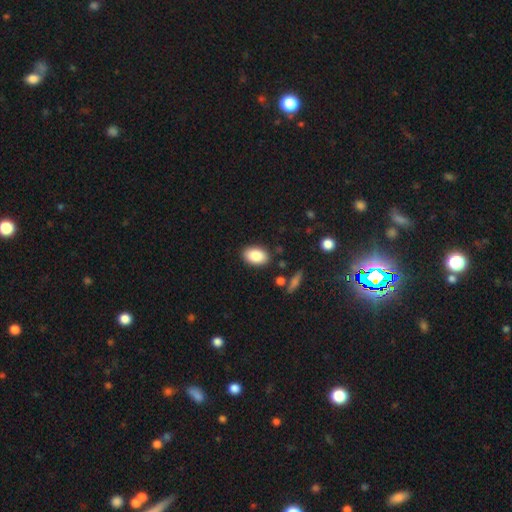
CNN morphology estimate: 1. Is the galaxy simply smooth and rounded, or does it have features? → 85% smooth, 8% star or artifact, 7% featured or disk.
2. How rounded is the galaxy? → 89% in between, 9% round, 2% cigar-shaped.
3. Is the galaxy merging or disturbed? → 86% none, 9% minor disturbance, 2% major disturbance, 2% merger.